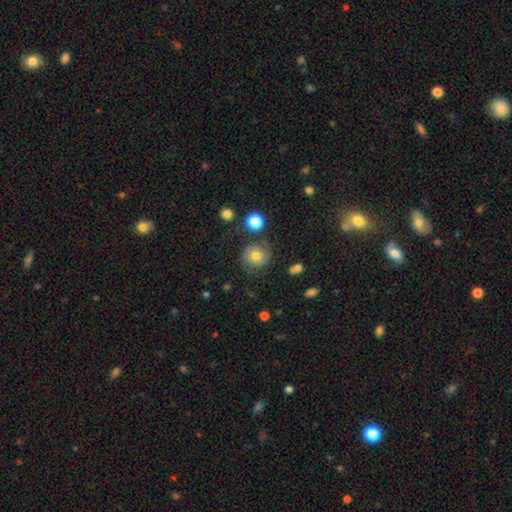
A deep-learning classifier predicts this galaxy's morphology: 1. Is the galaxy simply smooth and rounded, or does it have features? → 54% smooth, 33% featured or disk, 13% star or artifact.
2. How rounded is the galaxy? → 88% round, 11% in between, 1% cigar-shaped.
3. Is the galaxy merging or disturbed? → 71% none, 17% minor disturbance, 8% major disturbance, 4% merger.